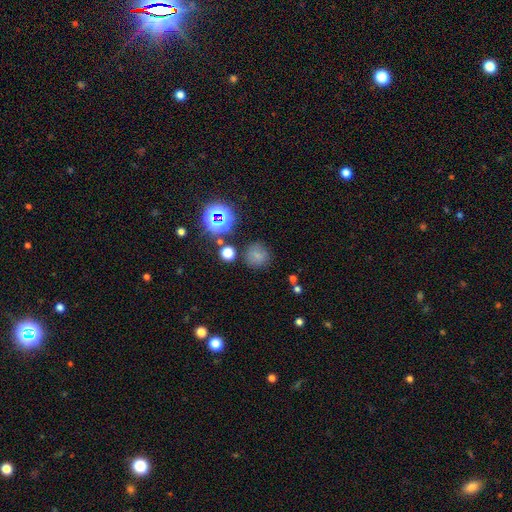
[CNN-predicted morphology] This is likely a smooth galaxy (69%). How rounded: clearly round (90%). Merging: likely none (78%).